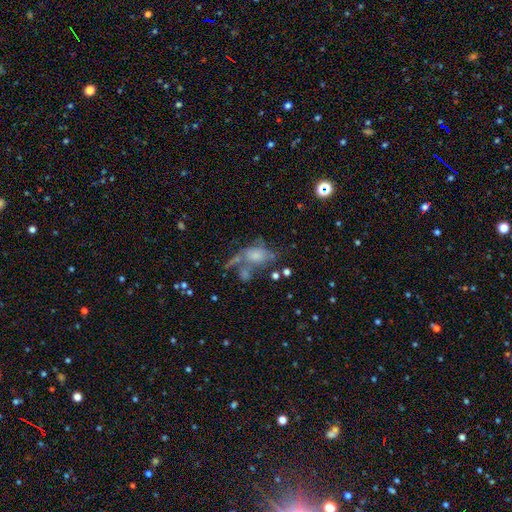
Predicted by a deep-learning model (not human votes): A smooth galaxy with no disk features (53%) that is in between round and cigar-shaped (79%). Merging: major disturbance (31%).